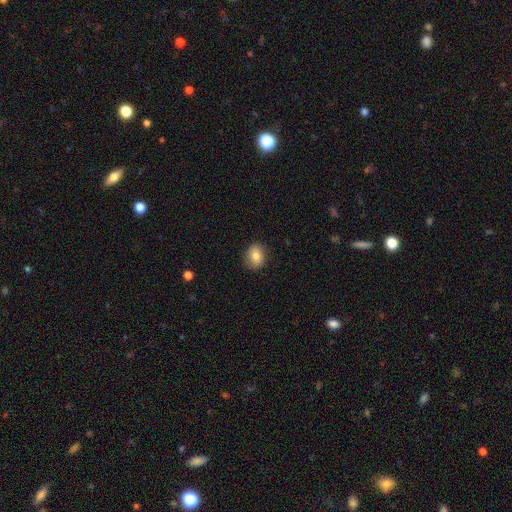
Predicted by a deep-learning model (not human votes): Overall: smooth (80%). How rounded: in between (57%; round 42%). Merging: none (86%).